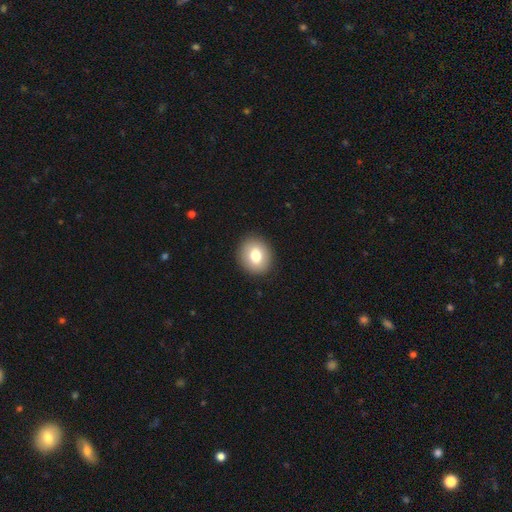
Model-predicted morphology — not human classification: Smooth or featured: smooth — 77% (featured or disk — 15%)
How rounded: round — 72% (in between — 27%)
Merging: none — 91% (minor disturbance — 6%)